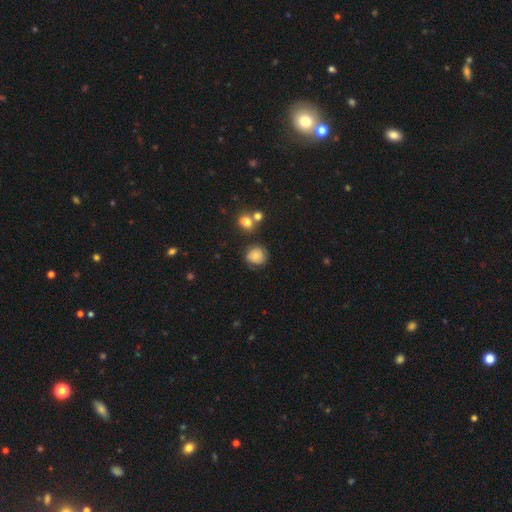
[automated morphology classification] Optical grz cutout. It shows a smooth galaxy with no disk features (74%) that is round (82%). Merging: none (72%).